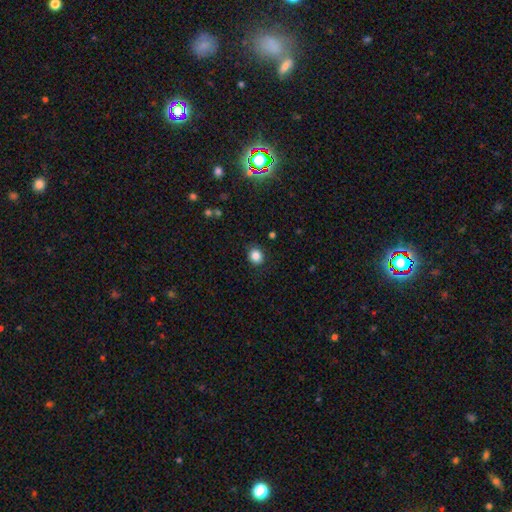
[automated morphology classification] Smooth or featured? Predicted: smooth (p=0.85). How rounded? Predicted: round (p=0.75). Merging? Predicted: none (p=0.85).